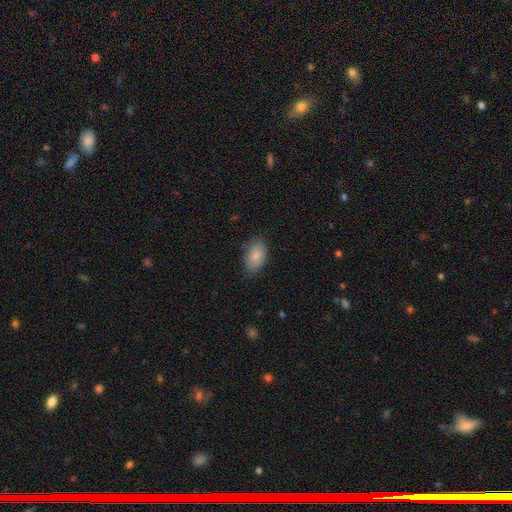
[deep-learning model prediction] This appears to be a smooth galaxy with no disk features (84%) that is in between round and cigar-shaped (90%). Merging: none (74%).